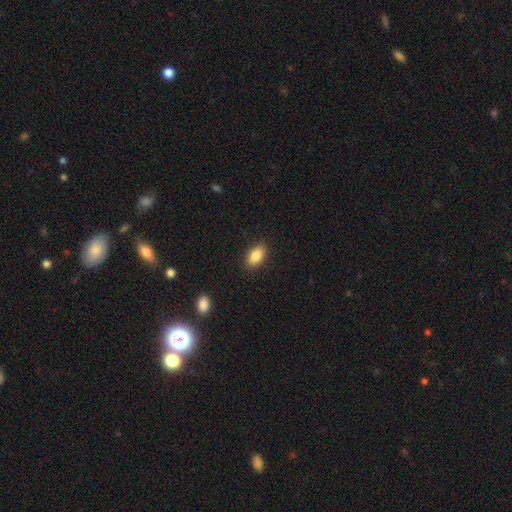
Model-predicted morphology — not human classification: The model was most divided on "smooth or featured": smooth: 86%, star or artifact: 7%, featured or disk: 6%. More confident: how rounded — in between (91%); merging — none (89%).